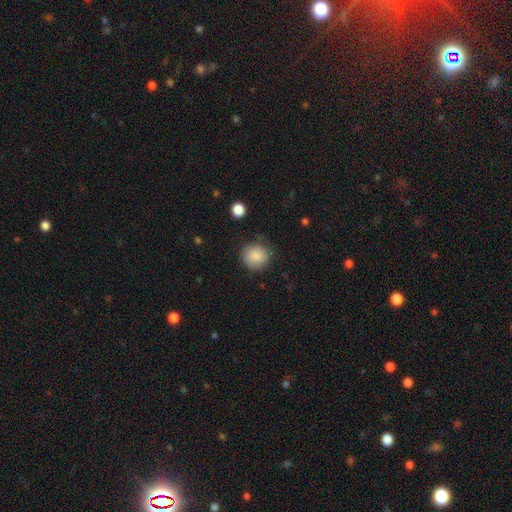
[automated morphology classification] This is clearly a smooth galaxy (87%). How rounded: clearly round (85%). Merging: likely none (77%).